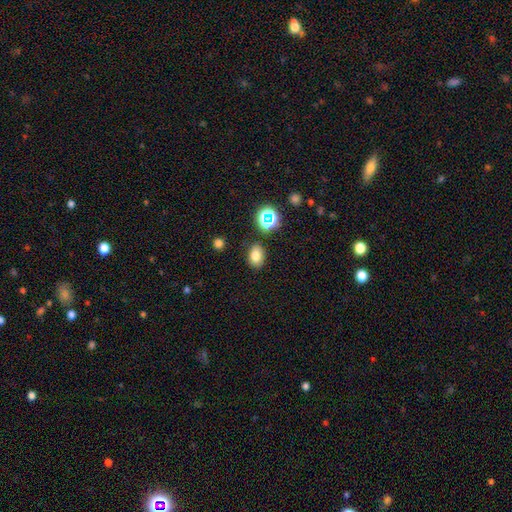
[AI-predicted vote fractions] smooth-or-featured: smooth: 75% | star or artifact: 16% | featured or disk: 8%
  how-rounded: in between: 74% | round: 25% | cigar-shaped: 1%
  merging: none: 82% | minor disturbance: 12% | merger: 3% | major disturbance: 3%